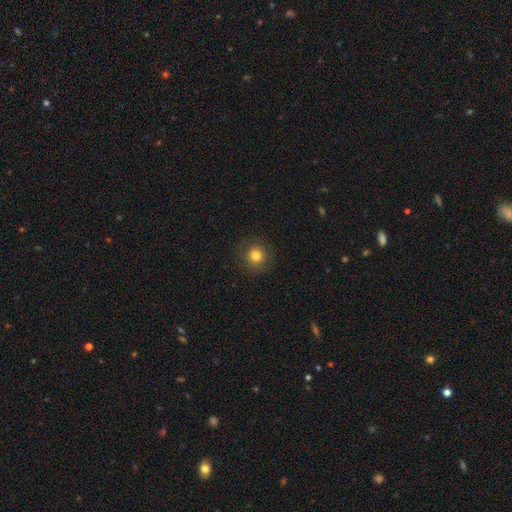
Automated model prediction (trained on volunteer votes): smooth 81%, star or artifact 12%, featured or disk 7%. Down the decision tree: how rounded — round (94%); merging — none (90%).